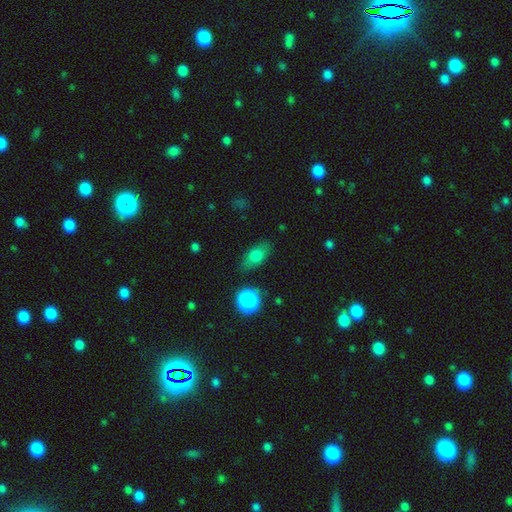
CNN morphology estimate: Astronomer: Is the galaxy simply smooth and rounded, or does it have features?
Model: smooth — 72%.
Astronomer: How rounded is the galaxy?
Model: in between — 79%.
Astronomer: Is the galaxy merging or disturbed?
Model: none — 79%.